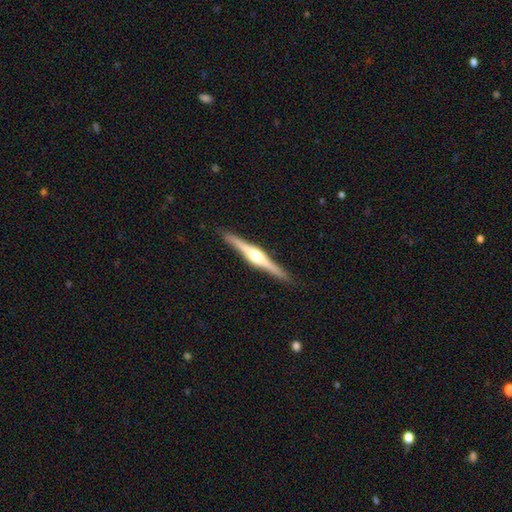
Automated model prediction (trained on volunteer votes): This appears to be a featured or disk galaxy (82%) viewed edge-on (98%) with a rounded central bulge (90%). Merging: none (91%).